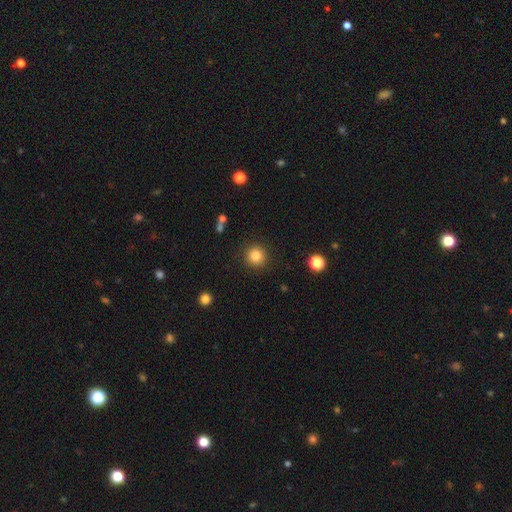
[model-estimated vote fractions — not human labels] The model was most divided on "smooth or featured": smooth: 84%, star or artifact: 11%, featured or disk: 5%. More confident: how rounded — round (93%); merging — none (90%).